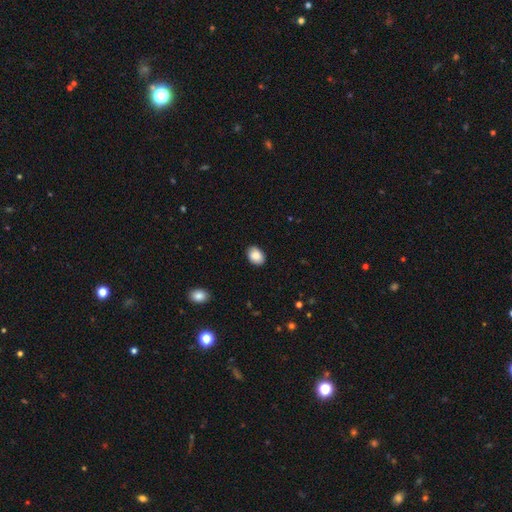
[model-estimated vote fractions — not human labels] This appears to be a smooth galaxy with no disk features (88%) that is in between round and cigar-shaped (74%). Merging: none (88%).